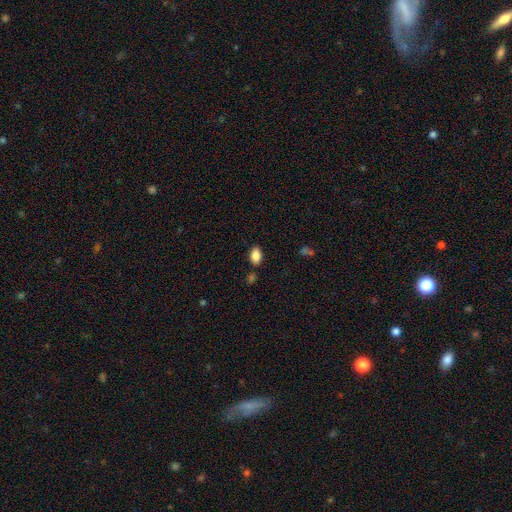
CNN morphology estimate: smooth 87%, star or artifact 8%, featured or disk 5%. Down the decision tree: how rounded — in between (90%); merging — none (82%).